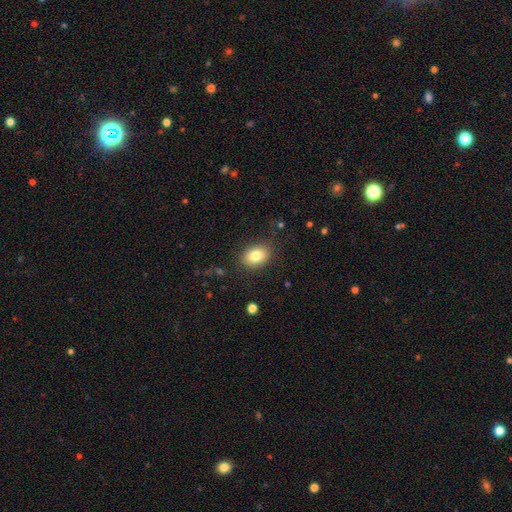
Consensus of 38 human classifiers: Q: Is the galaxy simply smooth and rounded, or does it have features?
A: smooth — 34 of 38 (89%).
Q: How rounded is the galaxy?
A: in between — 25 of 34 (74%).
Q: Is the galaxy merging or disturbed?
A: none — 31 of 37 (84%).